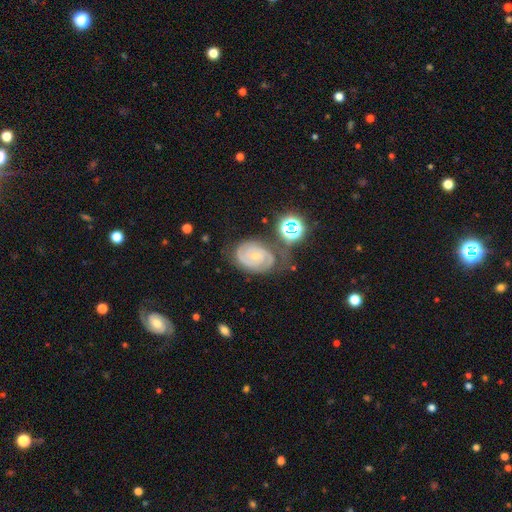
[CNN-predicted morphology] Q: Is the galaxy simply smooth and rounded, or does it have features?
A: featured or disk — 85%.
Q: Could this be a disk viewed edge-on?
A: no — 97%.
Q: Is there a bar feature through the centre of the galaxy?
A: no — 68%.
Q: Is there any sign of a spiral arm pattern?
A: yes — 97%.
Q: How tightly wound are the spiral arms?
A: tight — 74%.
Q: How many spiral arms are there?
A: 2 — 68%.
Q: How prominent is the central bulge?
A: small — 69%.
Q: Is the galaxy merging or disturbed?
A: none — 63%.